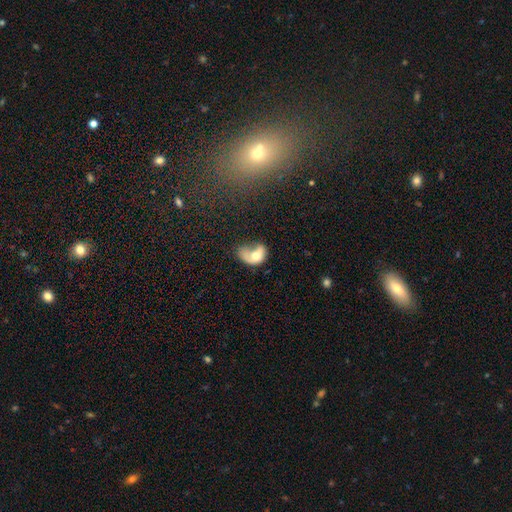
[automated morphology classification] type=smooth (58%); roundness=in between (76%); merging=major disturbance (42%).